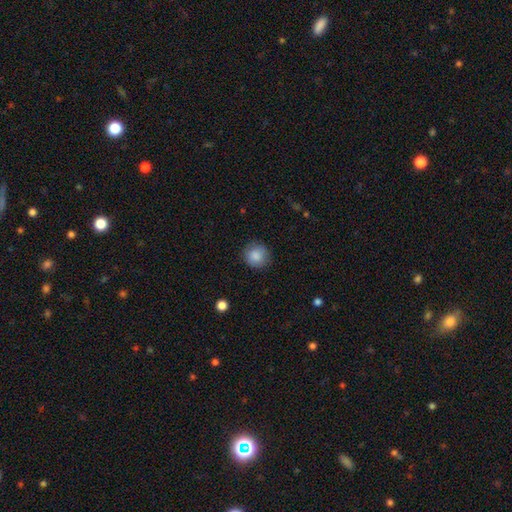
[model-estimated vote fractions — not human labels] smooth-or-featured: smooth: 87% | star or artifact: 8% | featured or disk: 5%
  how-rounded: round: 91% | in between: 8% | cigar-shaped: 1%
  merging: none: 86% | minor disturbance: 10% | major disturbance: 3% | merger: 1%